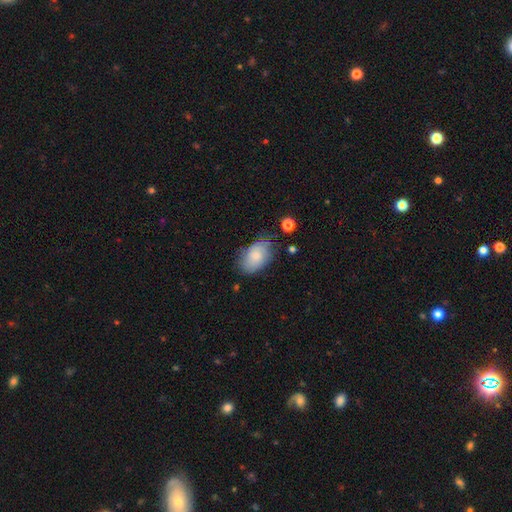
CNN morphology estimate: The model was most divided on "merging": none: 63%, minor disturbance: 27%, major disturbance: 8%, merger: 3%. More confident: how rounded — in between (90%); smooth or featured — smooth (73%).